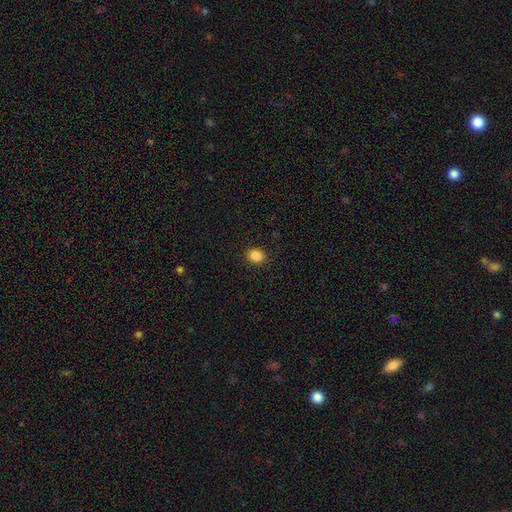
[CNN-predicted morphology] A smooth galaxy with no disk features (86%) that is in between round and cigar-shaped (52%). Merging: none (89%).